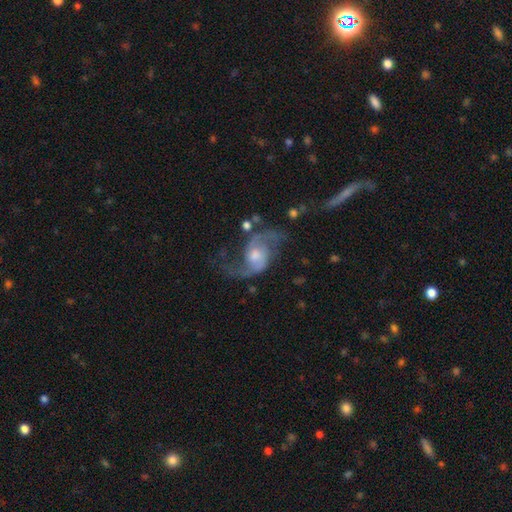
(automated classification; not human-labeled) Overall: featured or disk (89%). Edge-on disk: no (97%). Bar: no (59%; weak 34%). Spiral arms: yes (97%). Spiral arm count: 2 (92%). Spiral winding: loose (61%; medium 33%). Bulge size: moderate (56%; small 28%). Merging: none (60%).